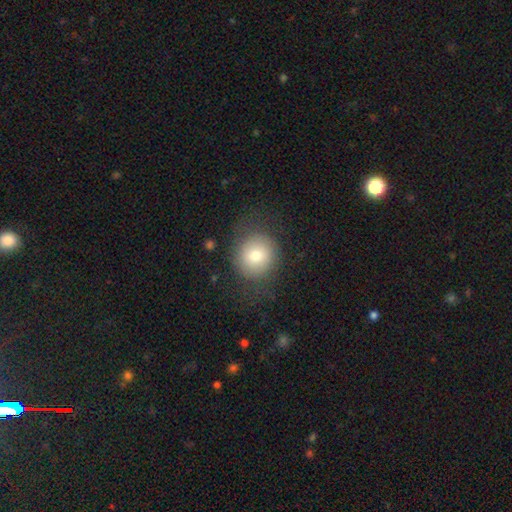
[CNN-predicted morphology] Smooth or featured?
  - smooth: 74% *
  - featured or disk: 16%
  - star or artifact: 10%
How rounded?
  - round: 87% *
  - in between: 12%
  - cigar-shaped: 1%
Merging?
  - none: 77% *
  - minor disturbance: 13%
  - major disturbance: 9%
  - merger: 1%